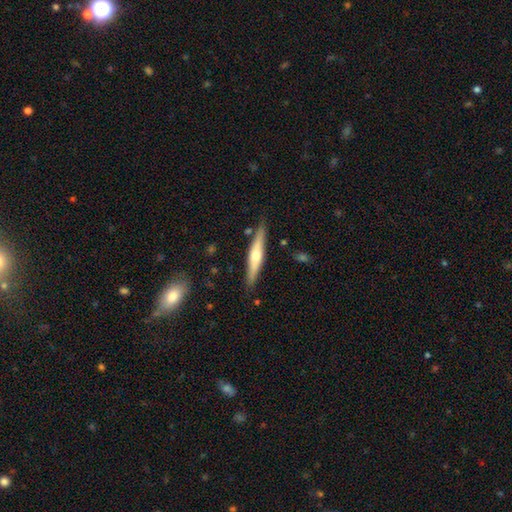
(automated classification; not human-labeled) The model was most divided on "smooth or featured": featured or disk: 56%, smooth: 38%, star or artifact: 6%. More confident: edge-on disk — yes (95%); edge-on bulge — rounded (86%); merging — none (84%).